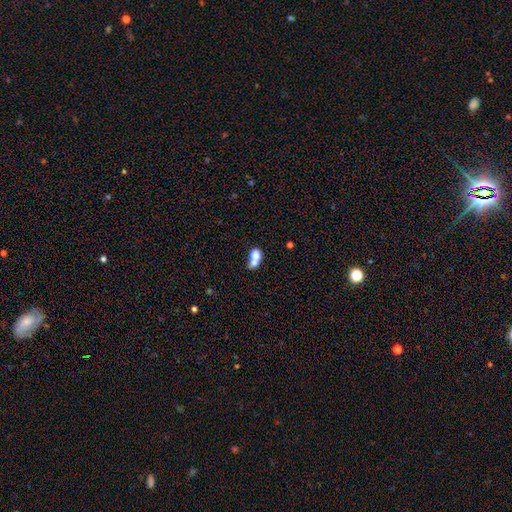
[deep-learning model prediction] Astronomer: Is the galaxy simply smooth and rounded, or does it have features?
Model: smooth — 70%.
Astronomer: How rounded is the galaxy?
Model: round — 55% (runner-up: in between, 43%).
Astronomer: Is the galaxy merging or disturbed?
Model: merger — 68%.